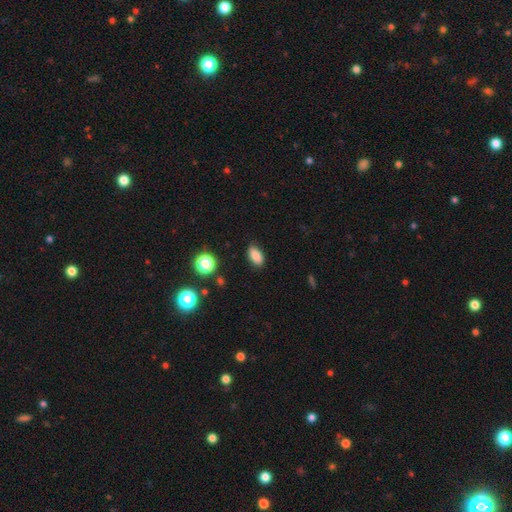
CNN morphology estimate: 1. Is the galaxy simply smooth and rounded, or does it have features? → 84% smooth, 10% star or artifact, 5% featured or disk.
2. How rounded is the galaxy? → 88% in between, 7% round, 5% cigar-shaped.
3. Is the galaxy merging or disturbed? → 87% none, 10% minor disturbance, 2% major disturbance, 1% merger.